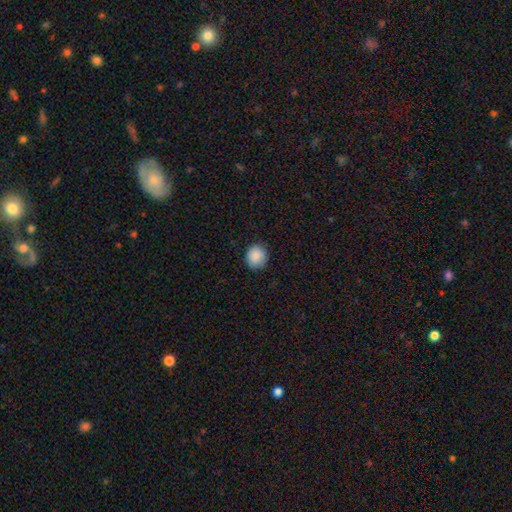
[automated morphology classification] Q: Smooth or featured?
A: smooth (88%); runner-up: star or artifact (8%)
Q: How rounded?
A: round (80%); runner-up: in between (19%)
Q: Merging?
A: none (86%); runner-up: minor disturbance (10%)